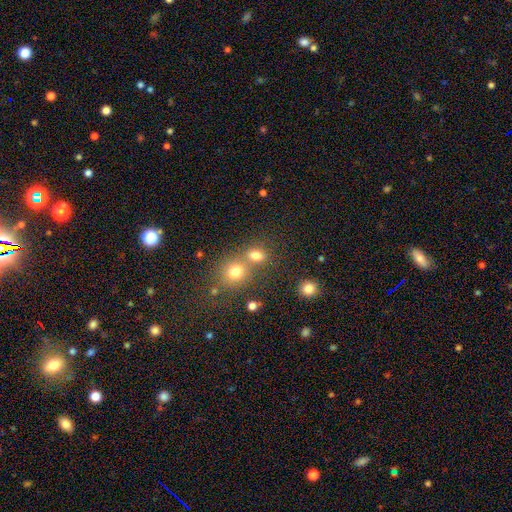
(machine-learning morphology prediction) This is likely a smooth galaxy (76%). How rounded: possibly round (55%). Merging: possibly none (48%).